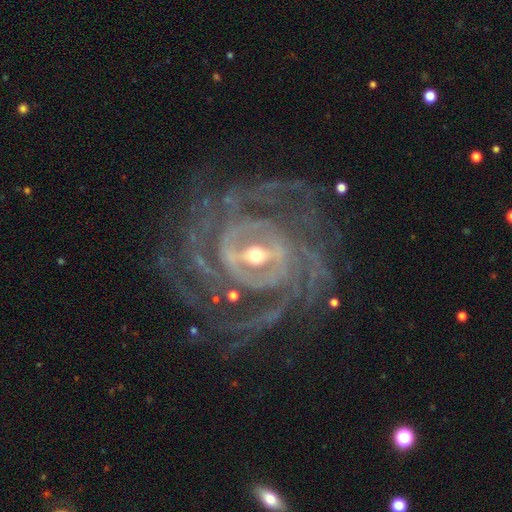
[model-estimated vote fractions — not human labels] smooth_or_featured: featured or disk (p=0.92) [alt: star or artifact p=0.05]
disk_edge_on: no (p=0.97) [alt: yes p=0.03]
bar: strong (p=0.53) [alt: weak p=0.35]
has_spiral_arms: yes (p=0.97) [alt: no p=0.03]
spiral_winding: tight (p=0.67) [alt: medium p=0.27]
spiral_arm_count: can't tell (p=0.22) [alt: more than 4 p=0.21]
bulge_size: moderate (p=0.48) [alt: small p=0.47]
merging: none (p=0.71) [alt: minor disturbance p=0.15]